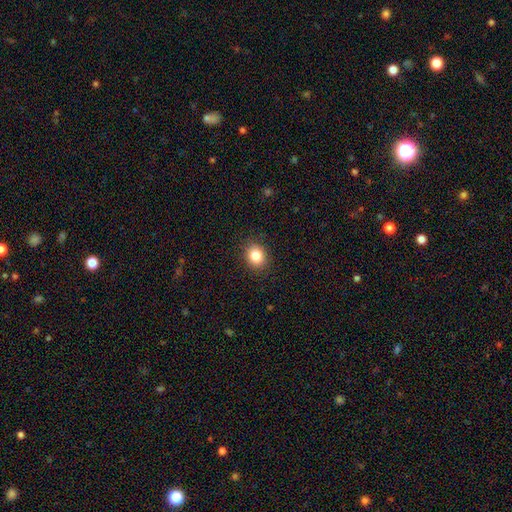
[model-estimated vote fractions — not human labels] smooth 85%, star or artifact 10%, featured or disk 5%. Down the decision tree: how rounded — round (63%); merging — none (88%).